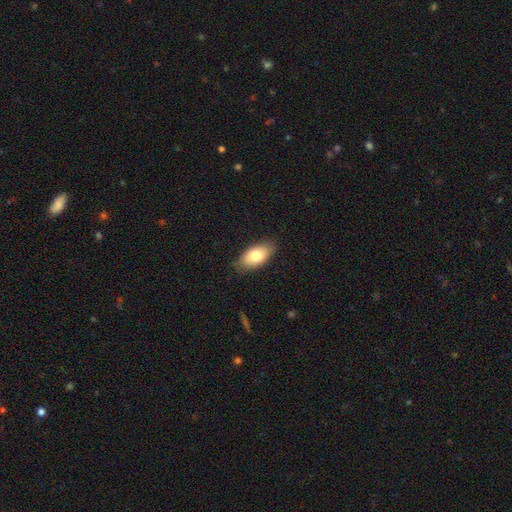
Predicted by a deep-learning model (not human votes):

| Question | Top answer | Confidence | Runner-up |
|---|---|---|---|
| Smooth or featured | smooth | 78% | featured or disk (16%) |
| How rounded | in between | 92% | cigar-shaped (4%) |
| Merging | none | 81% | minor disturbance (15%) |